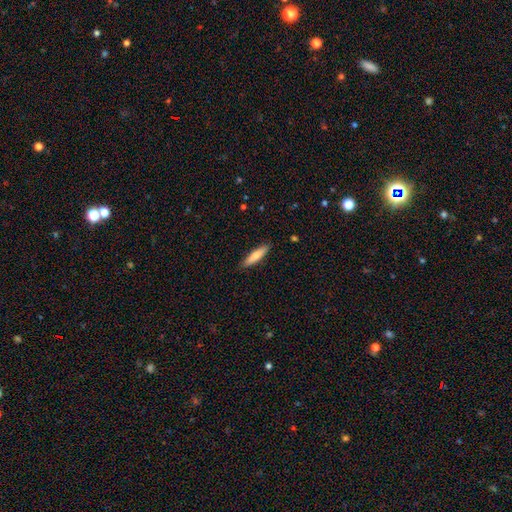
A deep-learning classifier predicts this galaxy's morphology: The model was most divided on "smooth or featured": smooth: 73%, featured or disk: 21%, star or artifact: 6%. More confident: merging — none (89%); how rounded — cigar-shaped (78%).